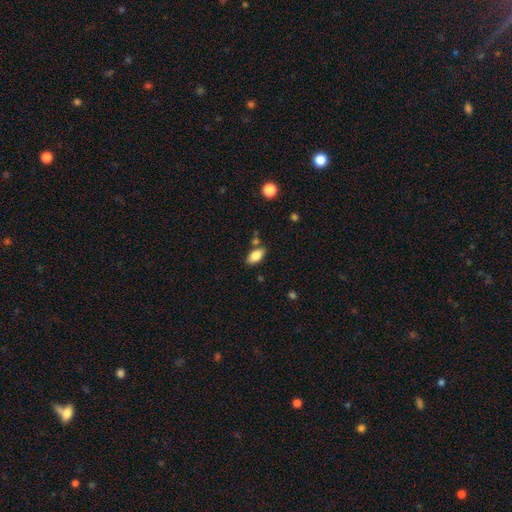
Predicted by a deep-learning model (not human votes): Overall: smooth (81%). How rounded: in between (91%). Merging: none (77%).